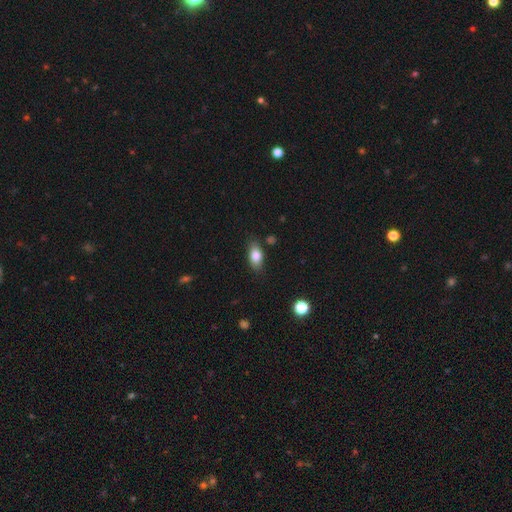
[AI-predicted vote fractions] smooth_or_featured: smooth (p=0.80) [alt: featured or disk p=0.12]
how_rounded: in between (p=0.87) [alt: cigar-shaped p=0.07]
merging: none (p=0.83) [alt: minor disturbance p=0.13]